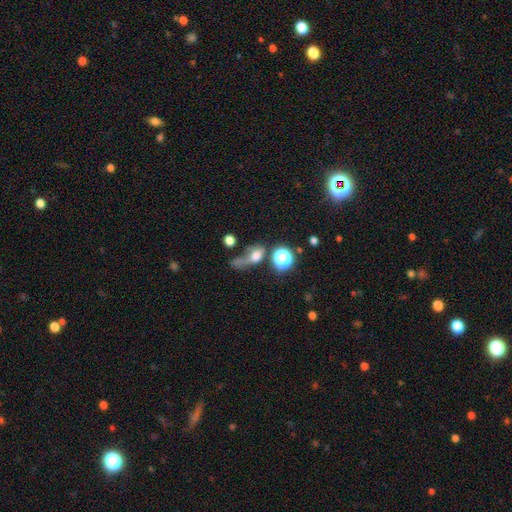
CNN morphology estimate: type=smooth (60%); roundness=in between (48%); merging=major disturbance (36%).